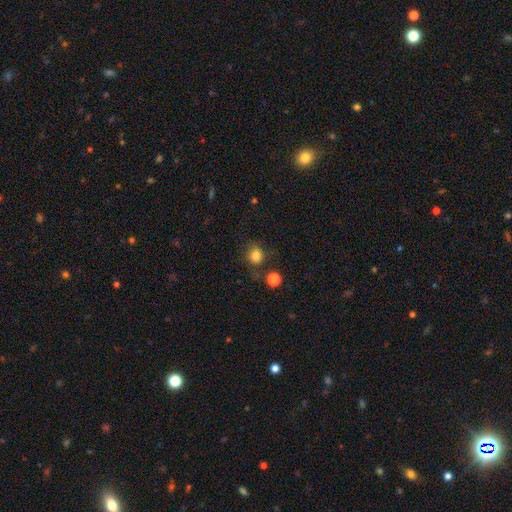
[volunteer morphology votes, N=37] Smooth or featured?
  - smooth: 89% *
  - star or artifact: 8%
  - featured or disk: 3%
How rounded?
  - round: 67% *
  - in between: 33%
  - cigar-shaped: 0%
Merging?
  - none: 71% *
  - major disturbance: 21%
  - minor disturbance: 6%
  - merger: 3%